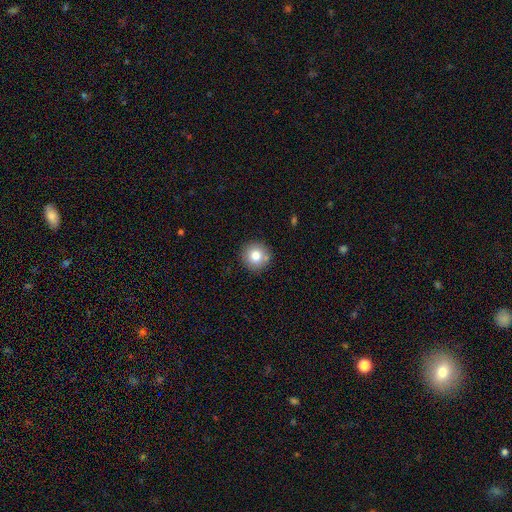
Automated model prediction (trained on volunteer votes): A smooth galaxy with no disk features (80%) that is round (94%).

Vote fractions:
- Smooth or featured? smooth: 80% / star or artifact: 10% / featured or disk: 10%
- How rounded? round: 94% / in between: 6% / cigar-shaped: 1%
- Merging? none: 86% / minor disturbance: 9% / merger: 3% / major disturbance: 2%